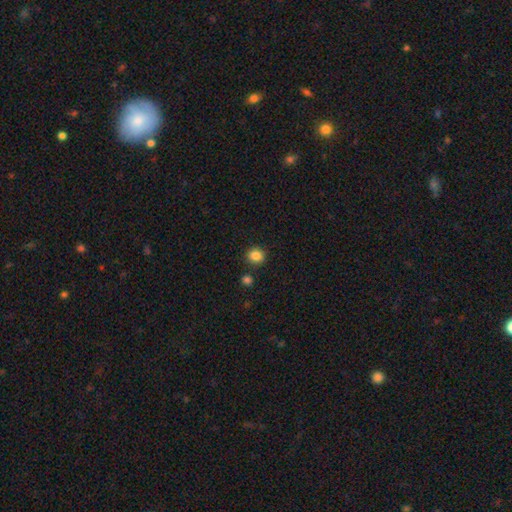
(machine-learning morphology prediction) Smooth or featured? Predicted: smooth (p=0.86). How rounded? Predicted: round (p=0.84). Merging? Predicted: none (p=0.86).